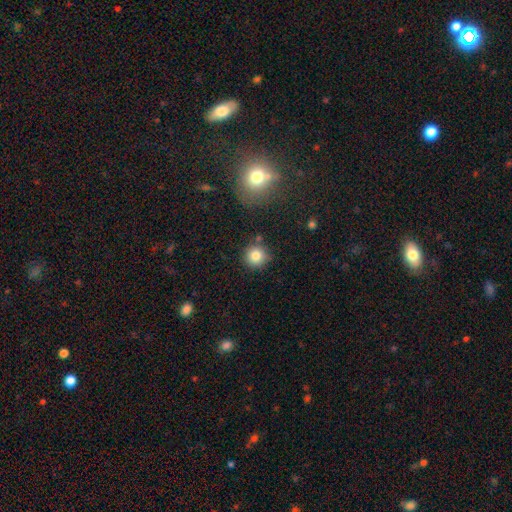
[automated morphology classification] Smooth or featured? smooth (83%)
How rounded? round (93%)
Merging? none (81%)